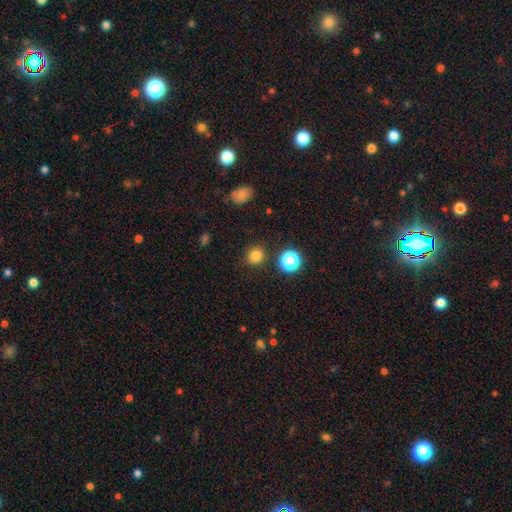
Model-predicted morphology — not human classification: Smooth or featured? Predicted: smooth (p=0.81). How rounded? Predicted: round (p=0.89). Merging? Predicted: none (p=0.89).